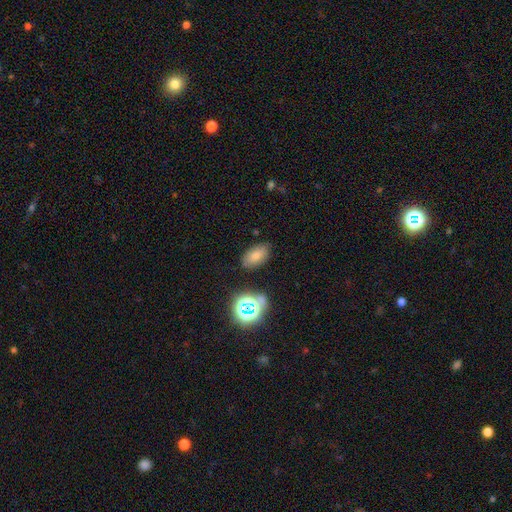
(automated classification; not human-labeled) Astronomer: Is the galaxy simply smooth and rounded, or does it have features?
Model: smooth — 64%.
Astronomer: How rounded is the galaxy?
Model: in between — 87%.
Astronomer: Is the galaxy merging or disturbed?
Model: none — 83%.